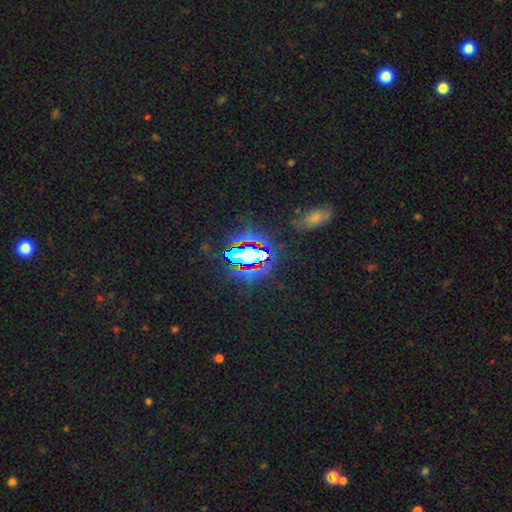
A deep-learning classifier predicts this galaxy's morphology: Smooth or featured? star or artifact (69%)